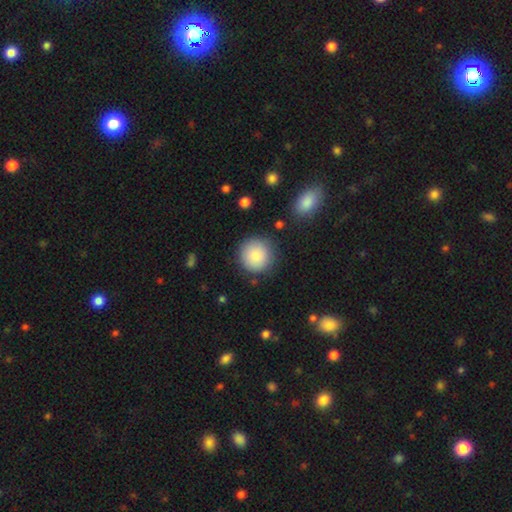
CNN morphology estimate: Smooth or featured? smooth (84%)
How rounded? round (94%)
Merging? none (85%)